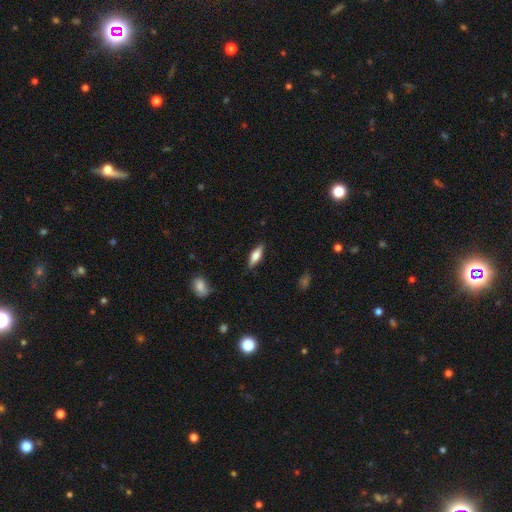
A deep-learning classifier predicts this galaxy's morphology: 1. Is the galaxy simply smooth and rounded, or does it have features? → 66% smooth, 28% featured or disk, 6% star or artifact.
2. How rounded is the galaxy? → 59% in between, 39% cigar-shaped, 2% round.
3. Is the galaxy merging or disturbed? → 85% none, 12% minor disturbance, 2% major disturbance, 1% merger.